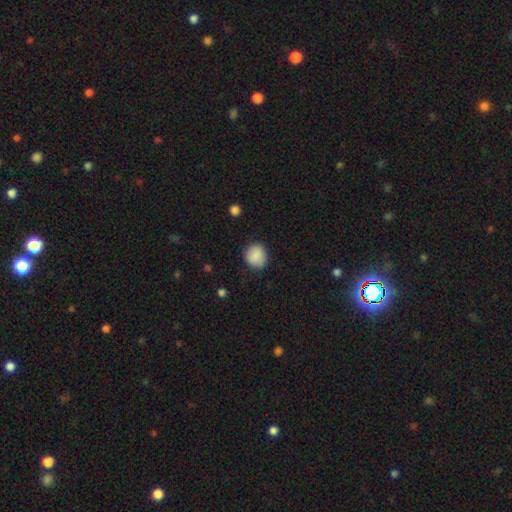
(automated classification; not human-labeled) Smooth or featured? smooth (88%)
How rounded? round (82%)
Merging? none (83%)